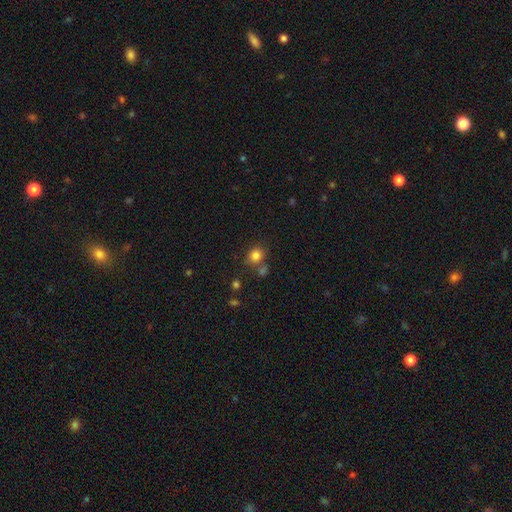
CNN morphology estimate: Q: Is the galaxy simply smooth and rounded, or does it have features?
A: smooth — 81%.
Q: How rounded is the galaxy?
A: round — 72%.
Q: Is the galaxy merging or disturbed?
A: none — 65%.